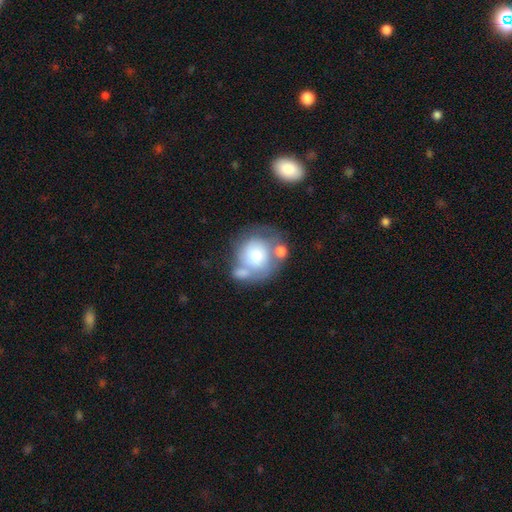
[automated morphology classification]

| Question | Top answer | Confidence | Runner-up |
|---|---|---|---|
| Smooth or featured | smooth | 58% | featured or disk (35%) |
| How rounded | round | 82% | in between (17%) |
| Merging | none | 33% | tied: merger (33%) |